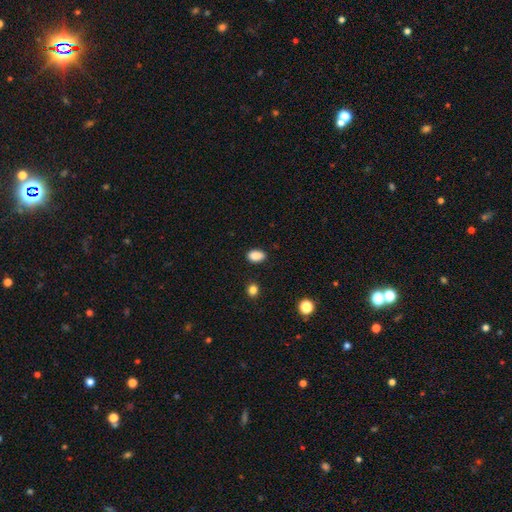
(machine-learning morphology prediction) Q: Smooth or featured?
A: smooth (88%); runner-up: star or artifact (9%)
Q: How rounded?
A: in between (88%); runner-up: round (11%)
Q: Merging?
A: none (87%); runner-up: minor disturbance (9%)